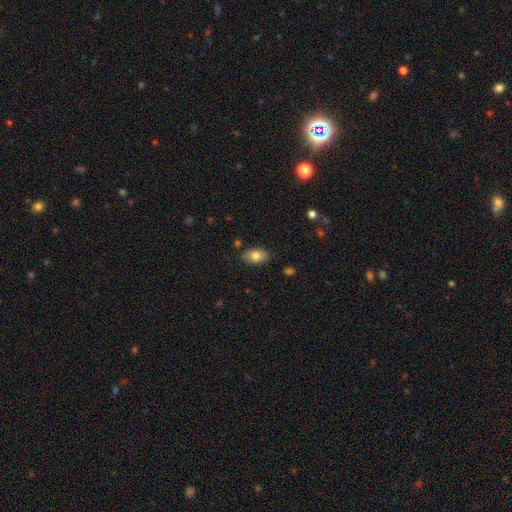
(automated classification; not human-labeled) Smooth or featured? Predicted: smooth (p=0.79). How rounded? Predicted: in between (p=0.91). Merging? Predicted: none (p=0.84).